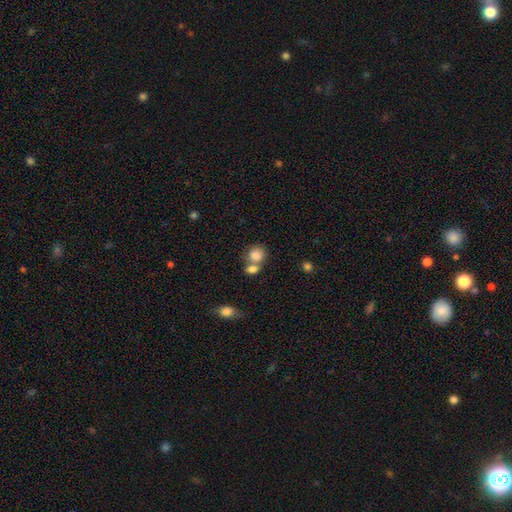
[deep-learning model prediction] smooth_or_featured: smooth (p=0.84) [alt: star or artifact p=0.08]
how_rounded: round (p=0.64) [alt: in between p=0.35]
merging: merger (p=0.49) [alt: none p=0.38]